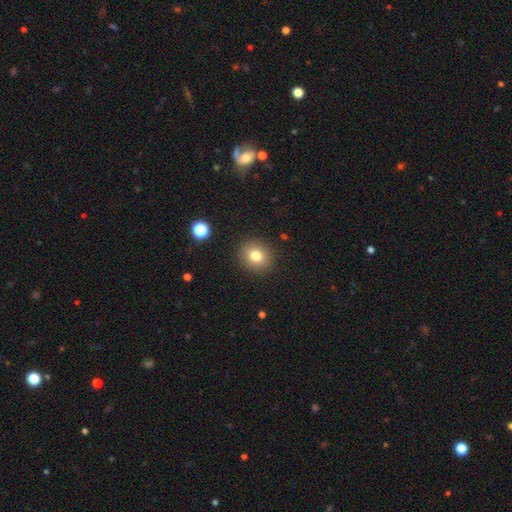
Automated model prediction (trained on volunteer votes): This appears to be a smooth galaxy with no disk features (79%) that is round (80%). Merging: none (89%).